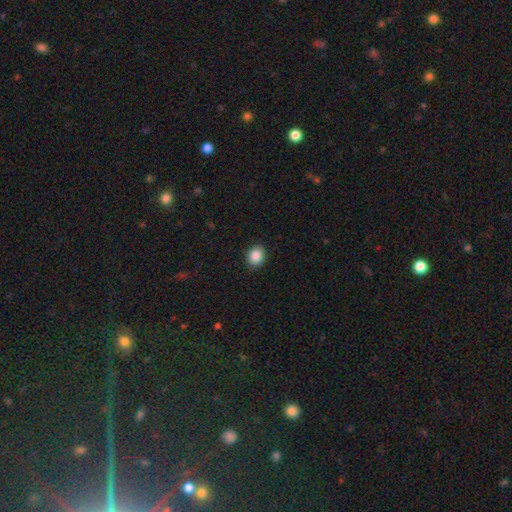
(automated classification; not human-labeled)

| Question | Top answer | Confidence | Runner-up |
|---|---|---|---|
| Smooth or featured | smooth | 87% | star or artifact (9%) |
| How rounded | round | 57% | in between (42%) |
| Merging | none | 90% | minor disturbance (7%) |